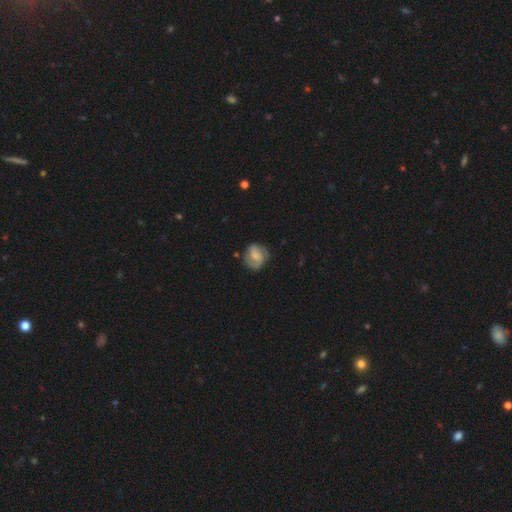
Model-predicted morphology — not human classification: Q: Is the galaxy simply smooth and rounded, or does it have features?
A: featured or disk — 58%.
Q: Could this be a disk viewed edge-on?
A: no — 97%.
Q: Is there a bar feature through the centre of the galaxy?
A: weak — 45%.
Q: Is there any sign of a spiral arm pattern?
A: yes — 86%.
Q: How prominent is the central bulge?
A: small — 36%.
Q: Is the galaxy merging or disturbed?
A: none — 68%.